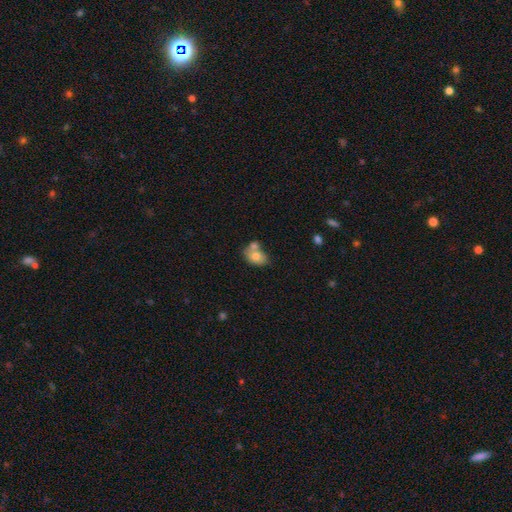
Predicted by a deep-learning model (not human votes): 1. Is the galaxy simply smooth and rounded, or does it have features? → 74% smooth, 18% featured or disk, 8% star or artifact.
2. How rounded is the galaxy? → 76% in between, 23% round, 1% cigar-shaped.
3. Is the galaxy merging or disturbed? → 47% merger, 34% none, 14% minor disturbance, 5% major disturbance.